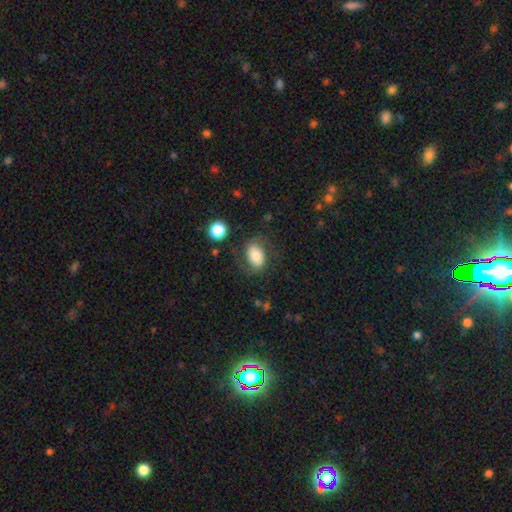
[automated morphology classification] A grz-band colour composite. It shows a smooth galaxy with no disk features (64%) that is in between round and cigar-shaped (83%). Merging: none (66%).